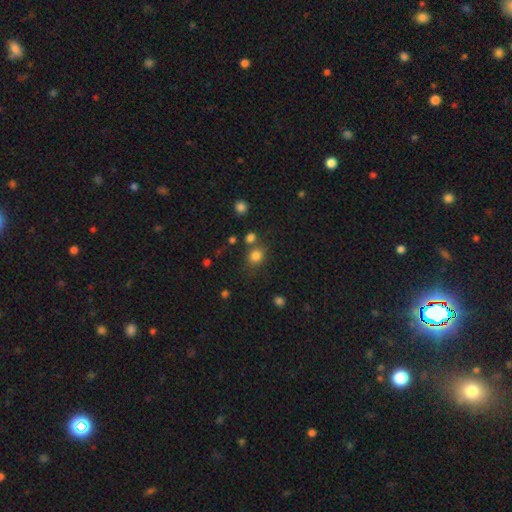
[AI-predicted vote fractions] This is clearly a smooth galaxy (81%). How rounded: likely round (72%). Merging: likely none (69%).